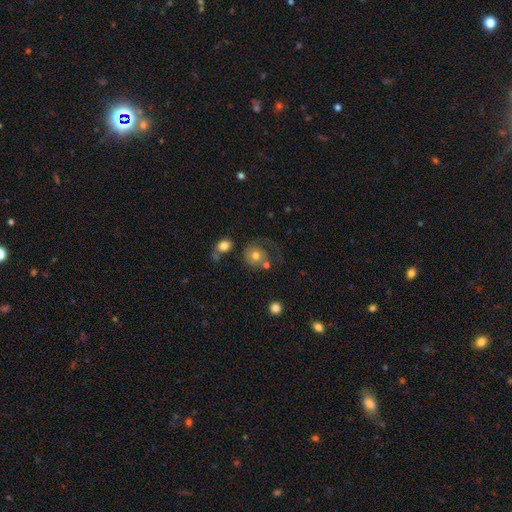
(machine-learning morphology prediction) smooth 63%, featured or disk 28%, star or artifact 9%. Down the decision tree: how rounded — round (81%); merging — none (40%).